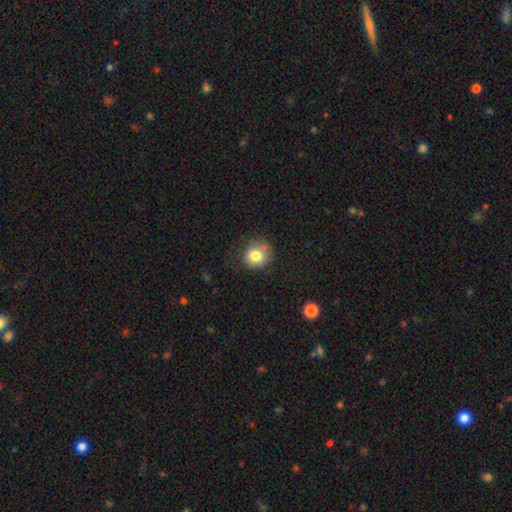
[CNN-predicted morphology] Smooth or featured? smooth (80%)
How rounded? round (84%)
Merging? none (68%)